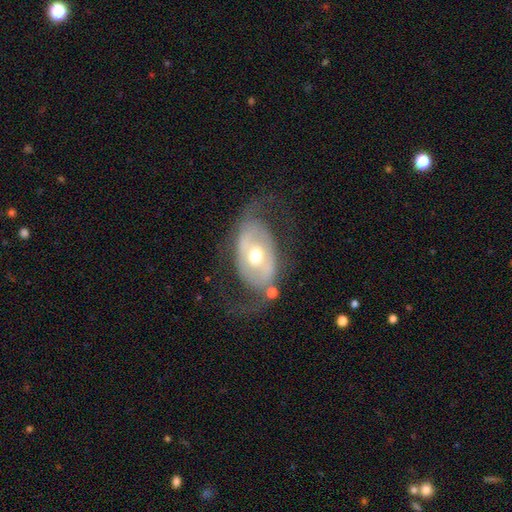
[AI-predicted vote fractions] Overall: featured or disk (72%). Edge-on disk: no (93%). Bar: no (54%; weak 28%). Spiral arms: yes (61%; no 39%). Bulge size: moderate (73%). Merging: none (61%).